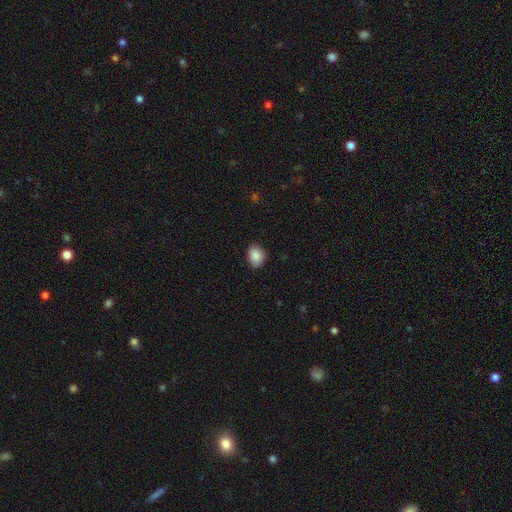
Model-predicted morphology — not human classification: smooth-or-featured: smooth: 89% | star or artifact: 8% | featured or disk: 4%
  how-rounded: in between: 58% | round: 41% | cigar-shaped: 1%
  merging: none: 86% | minor disturbance: 11% | major disturbance: 2% | merger: 1%